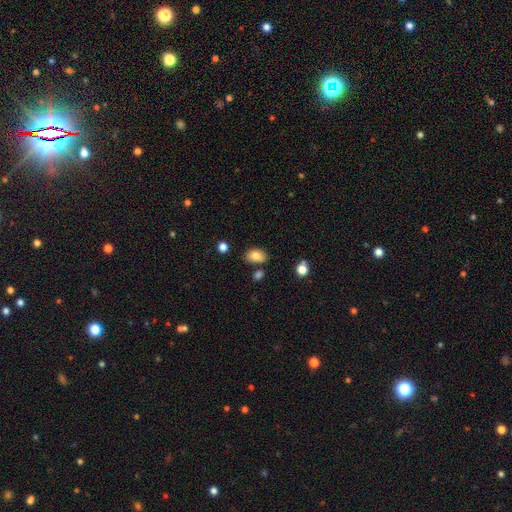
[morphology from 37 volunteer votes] This is clearly a smooth galaxy (89%). How rounded: clearly in between (82%). Merging: likely none (71%).